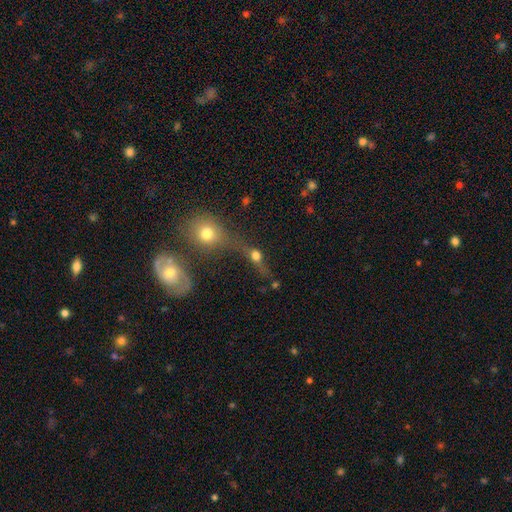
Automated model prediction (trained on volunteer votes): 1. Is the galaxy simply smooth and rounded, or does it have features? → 60% smooth, 21% featured or disk, 19% star or artifact.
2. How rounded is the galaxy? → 53% round, 32% in between, 15% cigar-shaped.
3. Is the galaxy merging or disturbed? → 46% merger, 34% none, 10% minor disturbance, 10% major disturbance.